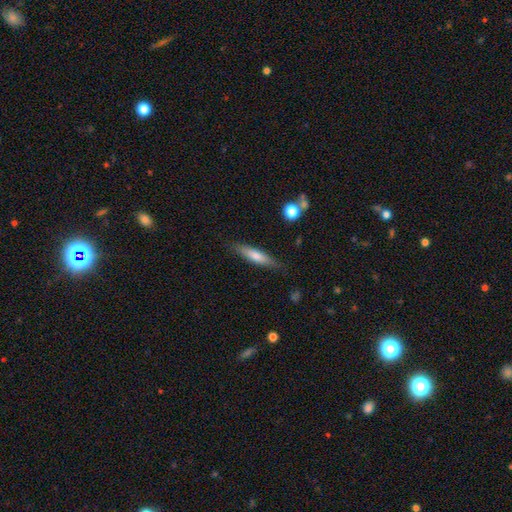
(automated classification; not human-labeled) Smooth or featured? smooth (67%)
How rounded? cigar-shaped (79%)
Merging? none (83%)